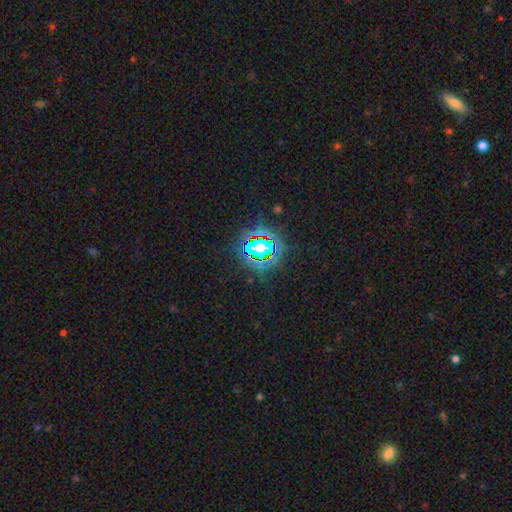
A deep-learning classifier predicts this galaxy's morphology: This is clearly a star or artifact rather than a galaxy (81%).